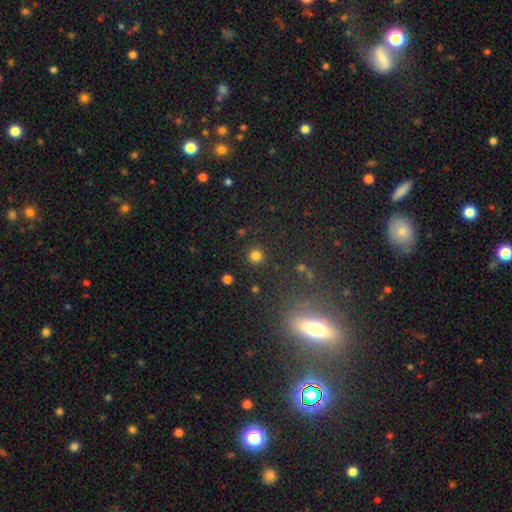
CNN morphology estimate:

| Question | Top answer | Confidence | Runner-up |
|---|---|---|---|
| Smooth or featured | smooth | 80% | star or artifact (15%) |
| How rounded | round | 94% | in between (5%) |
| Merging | none | 90% | minor disturbance (6%) |